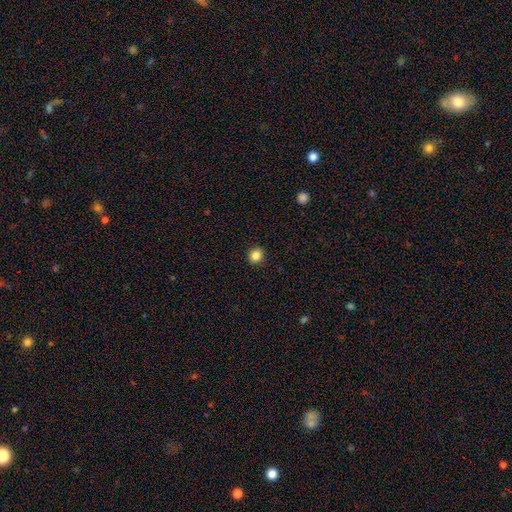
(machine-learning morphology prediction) A smooth galaxy with no disk features (85%) that is round (85%). Merging: none (92%).